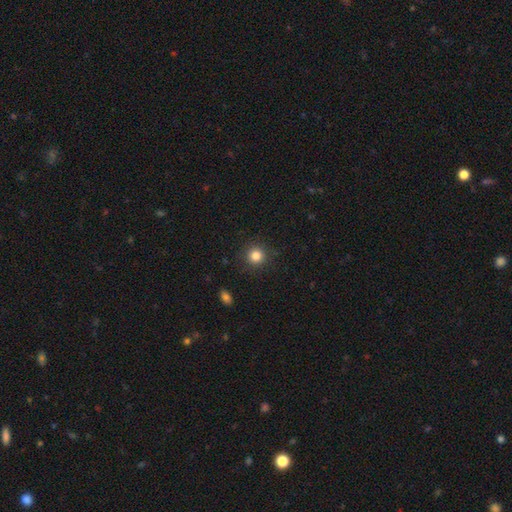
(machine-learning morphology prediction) Smooth or featured?
  - smooth: 83% *
  - star or artifact: 12%
  - featured or disk: 5%
How rounded?
  - round: 94% *
  - in between: 6%
  - cigar-shaped: 1%
Merging?
  - none: 90% *
  - minor disturbance: 7%
  - major disturbance: 2%
  - merger: 1%